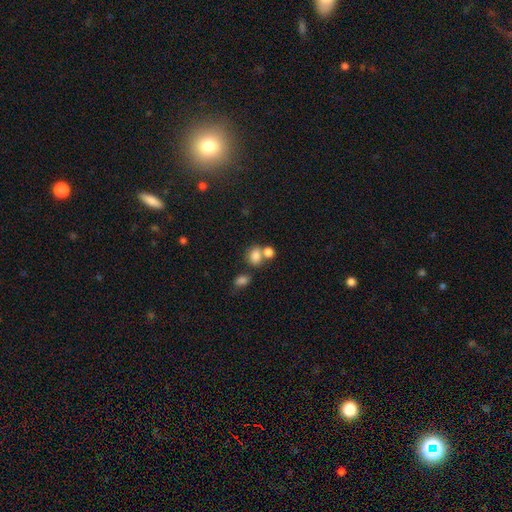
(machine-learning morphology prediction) smooth_or_featured: smooth (p=0.80) [alt: star or artifact p=0.11]
how_rounded: in between (p=0.52) [alt: round p=0.47]
merging: none (p=0.43) [alt: merger p=0.42]